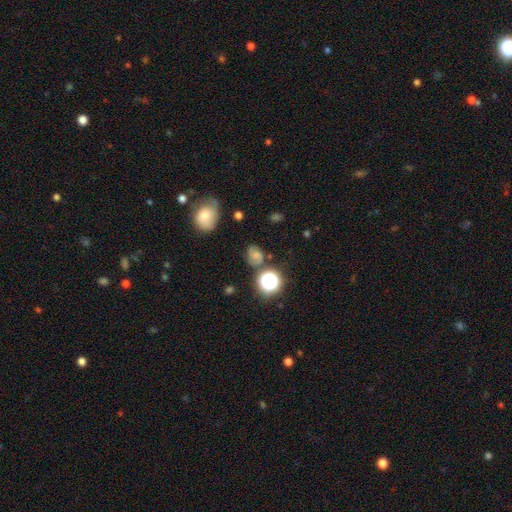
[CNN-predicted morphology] A smooth galaxy with no disk features (48%).

Vote fractions:
- Smooth or featured? smooth: 48% / featured or disk: 30% / star or artifact: 22%
- Merging? none: 68% / minor disturbance: 19% / major disturbance: 8% / merger: 5%